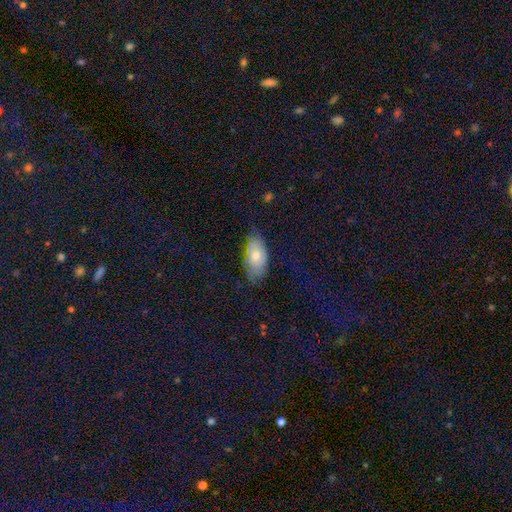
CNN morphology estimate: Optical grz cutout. It shows a smooth galaxy with no disk features (61%) that is in between round and cigar-shaped (91%). Merging: none (62%).